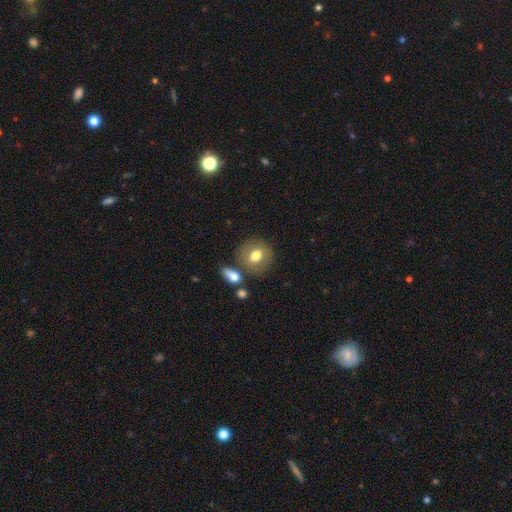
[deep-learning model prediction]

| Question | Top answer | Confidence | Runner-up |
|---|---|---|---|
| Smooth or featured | smooth | 70% | featured or disk (21%) |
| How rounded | round | 77% | in between (22%) |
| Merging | none | 75% | minor disturbance (11%) |